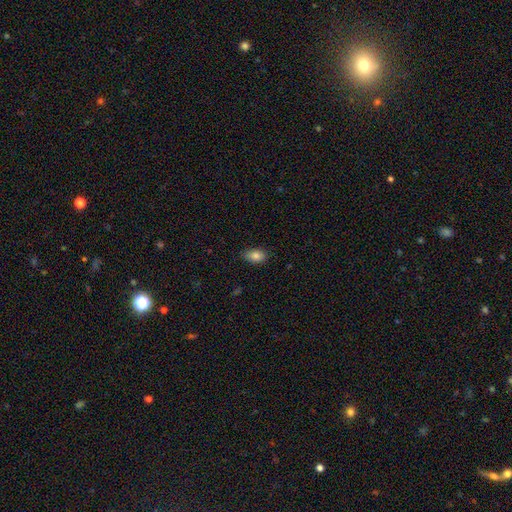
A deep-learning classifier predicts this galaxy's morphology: Overall: smooth (85%). How rounded: in between (89%). Merging: none (83%).